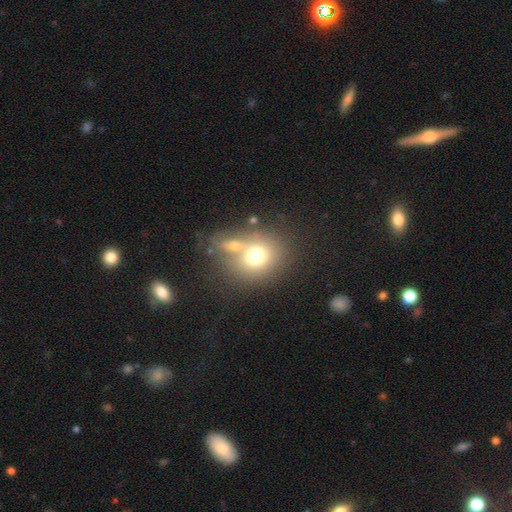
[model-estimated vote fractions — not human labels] Smooth or featured? Predicted: smooth (p=0.70). How rounded? Predicted: round (p=0.66). Merging? Predicted: none (p=0.43).